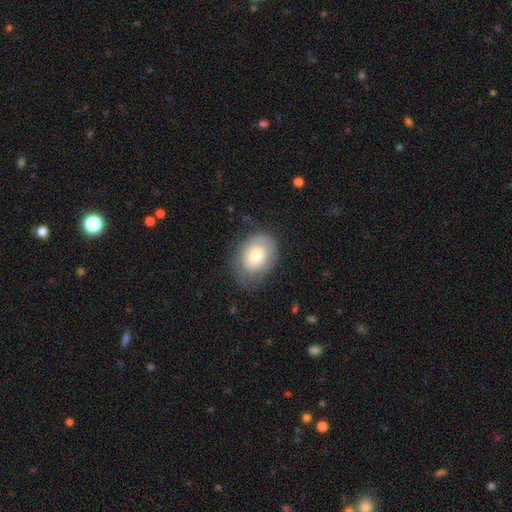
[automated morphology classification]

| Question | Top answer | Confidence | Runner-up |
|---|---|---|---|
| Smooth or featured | smooth | 67% | featured or disk (25%) |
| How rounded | in between | 64% | round (36%) |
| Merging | none | 65% | minor disturbance (24%) |